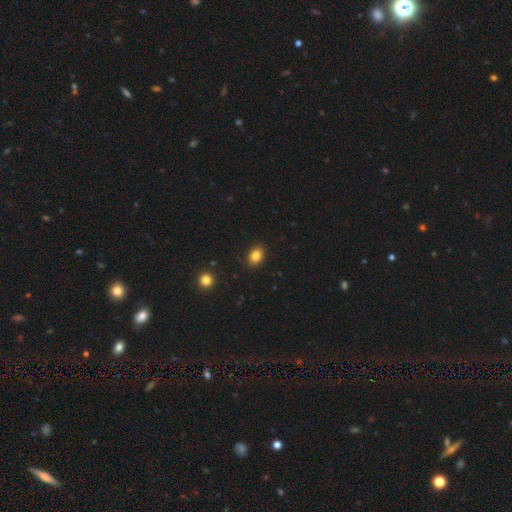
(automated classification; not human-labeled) smooth_or_featured: smooth (p=0.84) [alt: star or artifact p=0.11]
how_rounded: in between (p=0.63) [alt: round p=0.36]
merging: none (p=0.88) [alt: minor disturbance p=0.09]